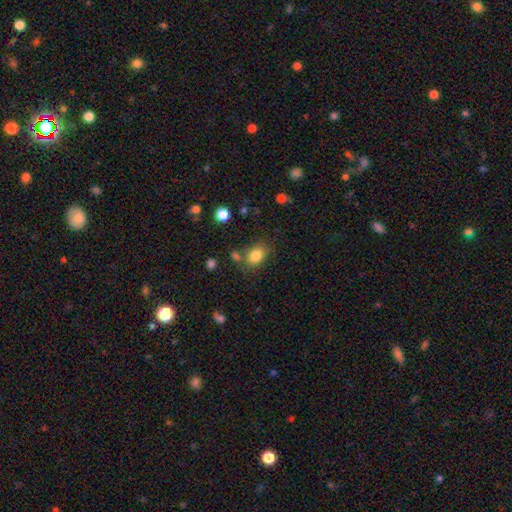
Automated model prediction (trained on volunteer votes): Morphology: type=smooth (83%); roundness=in between (62%); merging=none (69%).